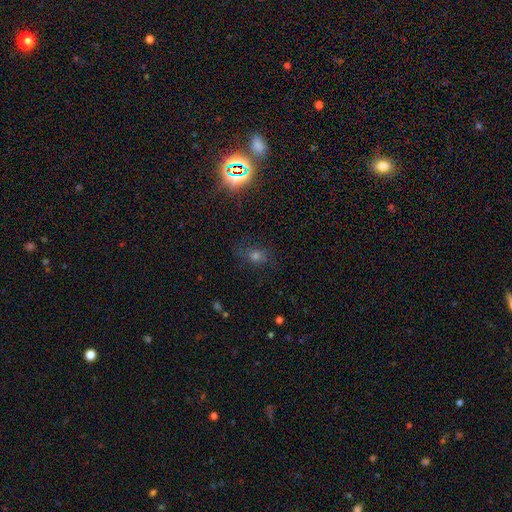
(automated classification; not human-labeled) Smooth or featured?
  - star or artifact: 45% *
  - smooth: 39%
  - featured or disk: 16%